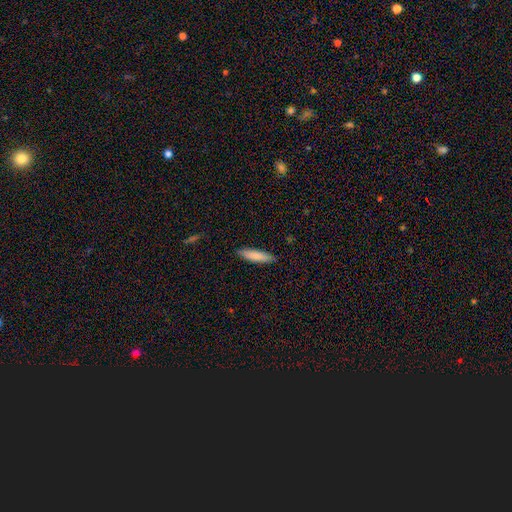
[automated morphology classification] This is clearly a smooth galaxy (83%). How rounded: likely cigar-shaped (76%). Merging: clearly none (88%).